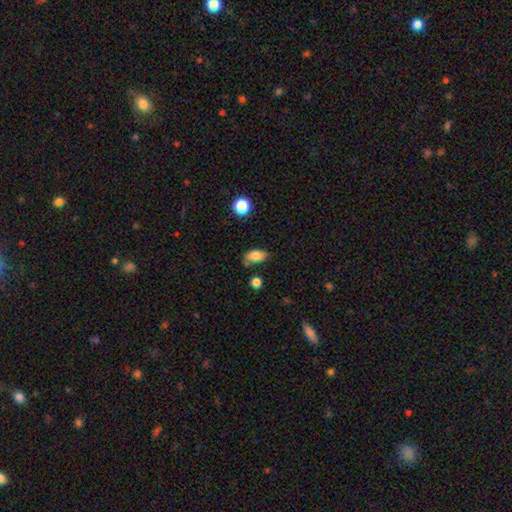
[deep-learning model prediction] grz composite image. It shows a smooth galaxy with no disk features (81%) that is in between round and cigar-shaped (88%). Merging: none (62%).